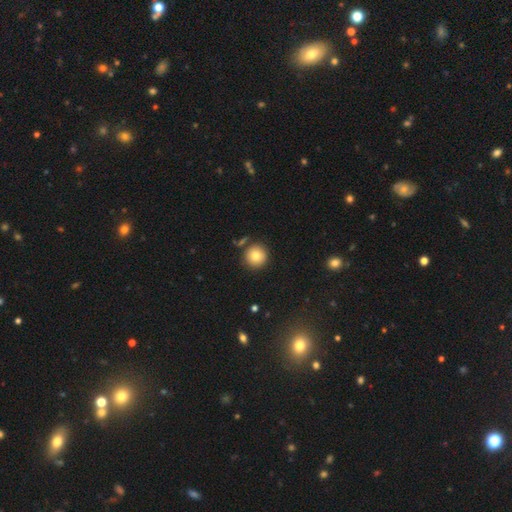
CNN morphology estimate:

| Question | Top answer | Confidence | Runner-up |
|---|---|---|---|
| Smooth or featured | smooth | 80% | star or artifact (10%) |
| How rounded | round | 95% | in between (4%) |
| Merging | none | 83% | minor disturbance (9%) |